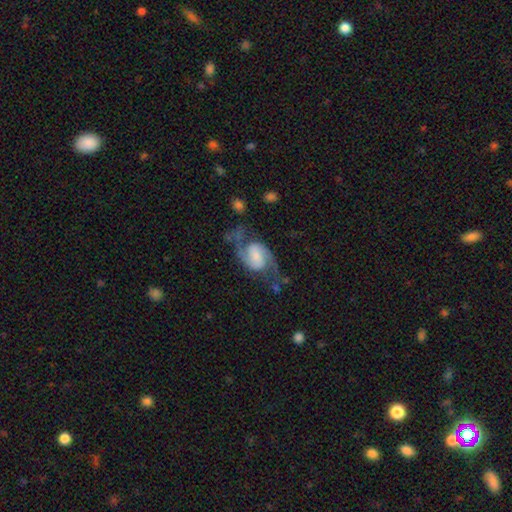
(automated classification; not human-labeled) Morphology: type=featured or disk (84%); edge-on=no (97%); bar=weak (46%); spiral arms=yes (96%); winding=medium (52%); arm count=2 (92%); bulge=small (38%); merging=none (63%).